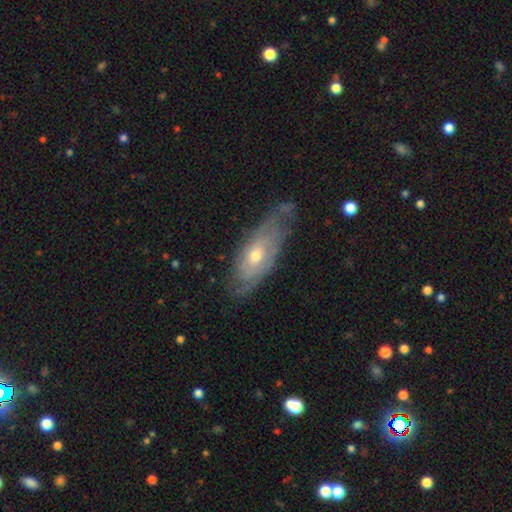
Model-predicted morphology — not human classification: Overall: featured or disk (70%). Edge-on disk: no (81%). Bar: no (75%). Spiral arms: yes (80%). Bulge size: moderate (56%; small 39%). Merging: none (60%; minor disturbance 27%).